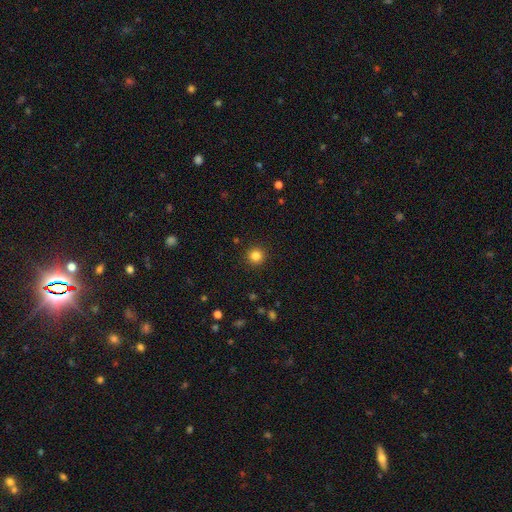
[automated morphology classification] A smooth galaxy with no disk features (83%) that is round (95%).

Vote fractions:
- Smooth or featured? smooth: 83% / star or artifact: 12% / featured or disk: 4%
- How rounded? round: 95% / in between: 4% / cigar-shaped: 1%
- Merging? none: 92% / minor disturbance: 5% / major disturbance: 2% / merger: 1%